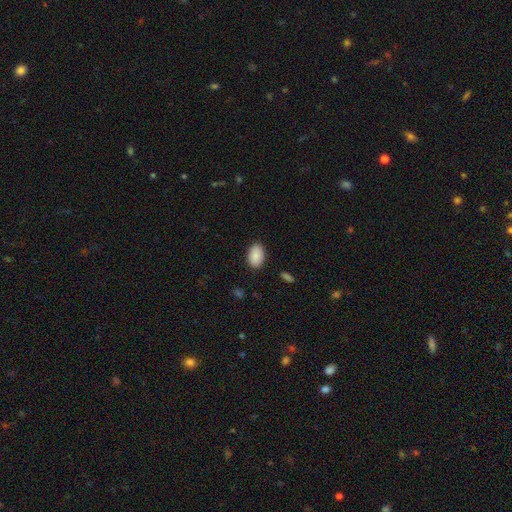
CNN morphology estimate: The model was most divided on "merging": none: 87%, minor disturbance: 9%, major disturbance: 2%, merger: 1%. More confident: how rounded — in between (90%); smooth or featured — smooth (90%).